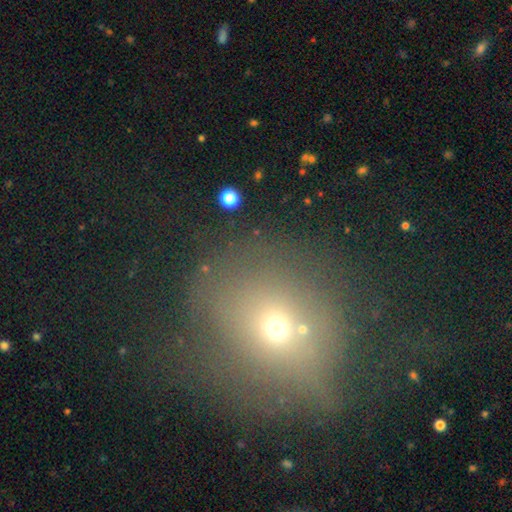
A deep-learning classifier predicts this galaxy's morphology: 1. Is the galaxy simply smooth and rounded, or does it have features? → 53% smooth, 29% star or artifact, 17% featured or disk.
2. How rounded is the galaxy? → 83% round, 16% in between, 1% cigar-shaped.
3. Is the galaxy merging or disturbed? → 56% none, 16% major disturbance, 15% minor disturbance, 12% merger.